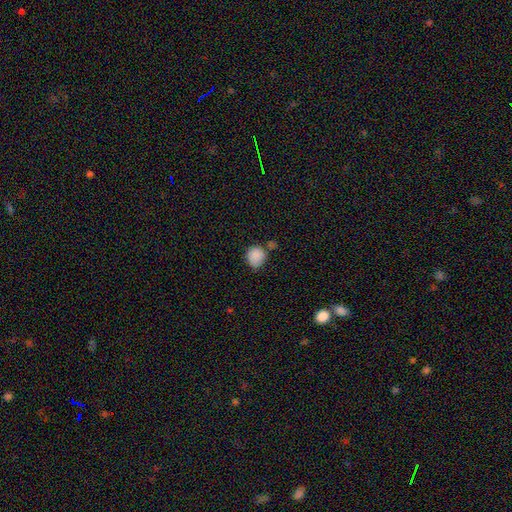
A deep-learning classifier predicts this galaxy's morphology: smooth 87%, star or artifact 9%, featured or disk 4%. Down the decision tree: how rounded — round (78%); merging — none (56%).